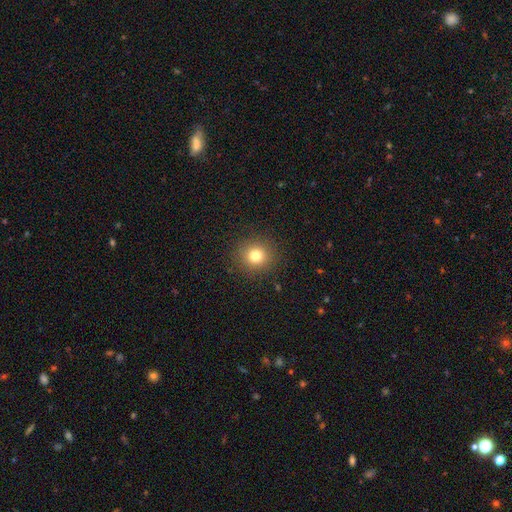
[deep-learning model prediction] This appears to be a smooth galaxy with no disk features (78%) that is round (91%). Merging: none (90%).